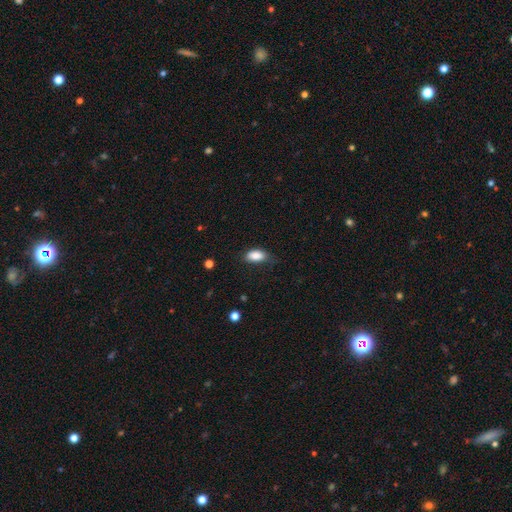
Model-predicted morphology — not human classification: Smooth or featured? Predicted: smooth (p=0.86). How rounded? Predicted: in between (p=0.91). Merging? Predicted: none (p=0.62).